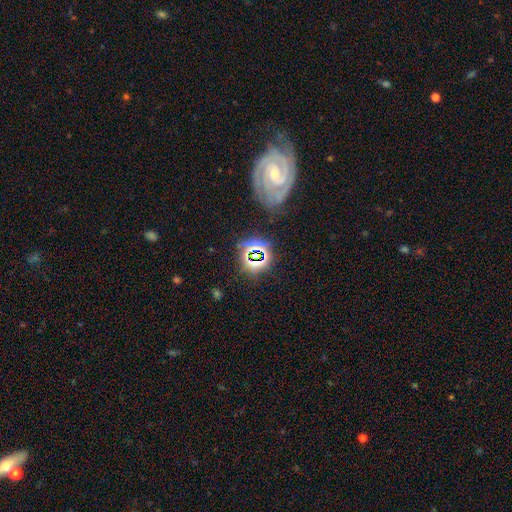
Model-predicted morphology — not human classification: A star or artifact, not a galaxy (71%).

Vote fractions:
- Smooth or featured? star or artifact: 71% / smooth: 18% / featured or disk: 11%